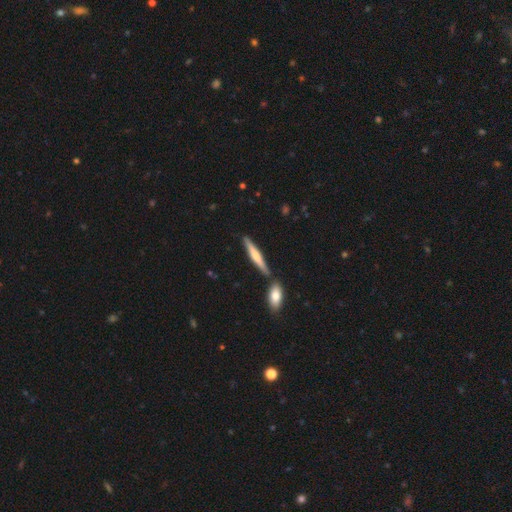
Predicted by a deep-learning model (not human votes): Overall: smooth (50%; featured or disk 44%). How rounded: cigar-shaped (91%). Merging: none (80%).